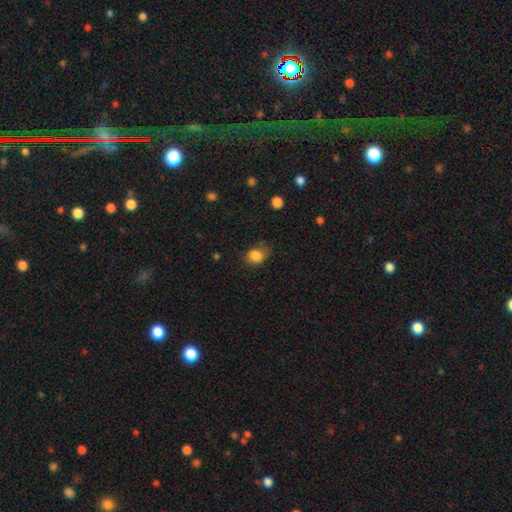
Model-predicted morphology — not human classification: This appears to be a smooth galaxy with no disk features (84%) that is round (55%). Merging: none (57%).